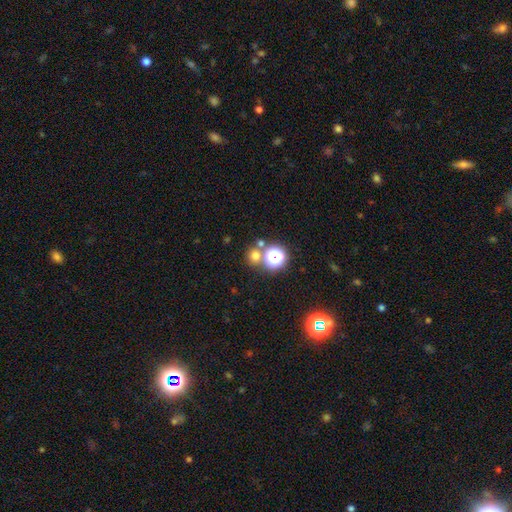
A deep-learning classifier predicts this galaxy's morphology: Overall: smooth (68%). How rounded: round (88%). Merging: none (68%).